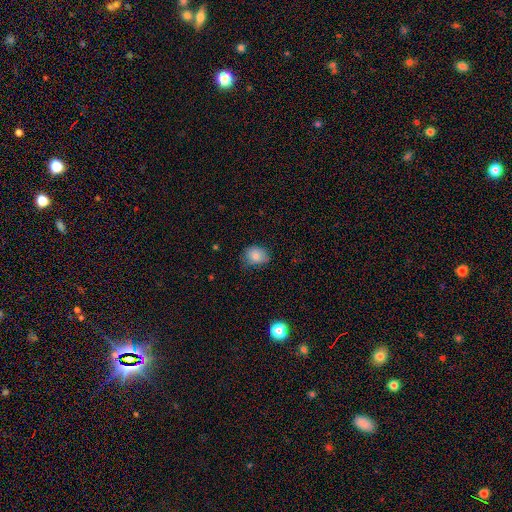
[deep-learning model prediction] Smooth or featured? smooth (83%)
How rounded? in between (52%)
Merging? none (63%)